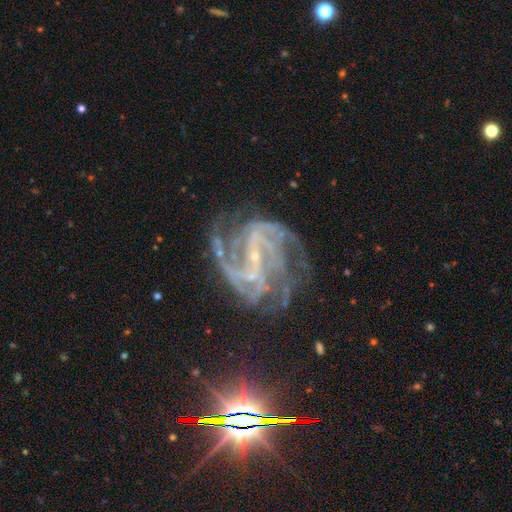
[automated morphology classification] Smooth or featured? Predicted: featured or disk (p=0.86). Edge-on disk? Predicted: no (p=0.98). Bar? Predicted: strong (p=0.44). Spiral arms? Predicted: yes (p=0.98). Spiral winding? Predicted: medium (p=0.50). Spiral arm count? Predicted: 2 (p=0.25). Bulge size? Predicted: small (p=0.80). Merging? Predicted: none (p=0.64).